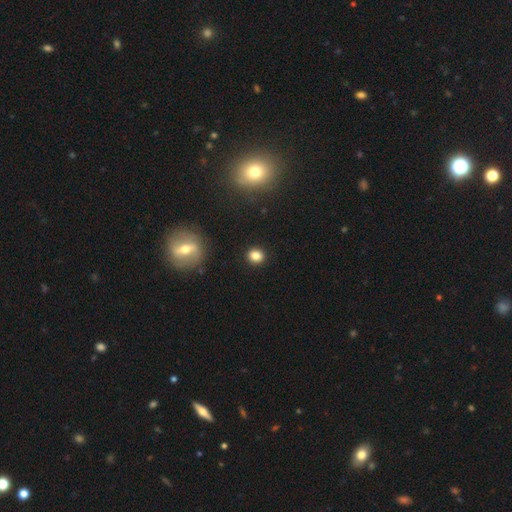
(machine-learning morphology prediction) smooth-or-featured: smooth: 83% | star or artifact: 12% | featured or disk: 6%
  how-rounded: round: 79% | in between: 19% | cigar-shaped: 1%
  merging: none: 91% | minor disturbance: 6% | major disturbance: 2% | merger: 1%